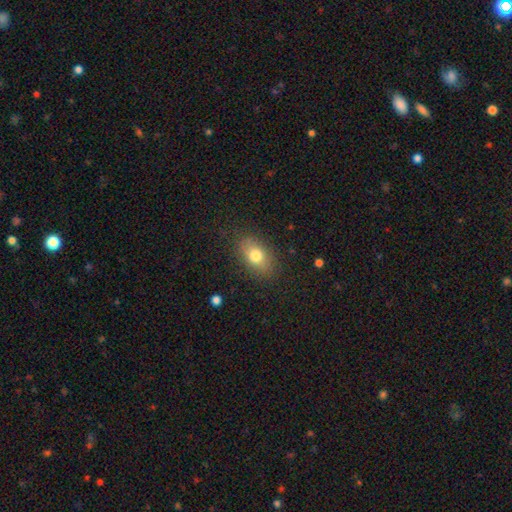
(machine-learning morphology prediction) A smooth galaxy with no disk features (76%) that is in between round and cigar-shaped (83%).

Vote fractions:
- Smooth or featured? smooth: 76% / featured or disk: 15% / star or artifact: 9%
- How rounded? in between: 83% / round: 15% / cigar-shaped: 3%
- Merging? none: 82% / minor disturbance: 13% / major disturbance: 4% / merger: 1%